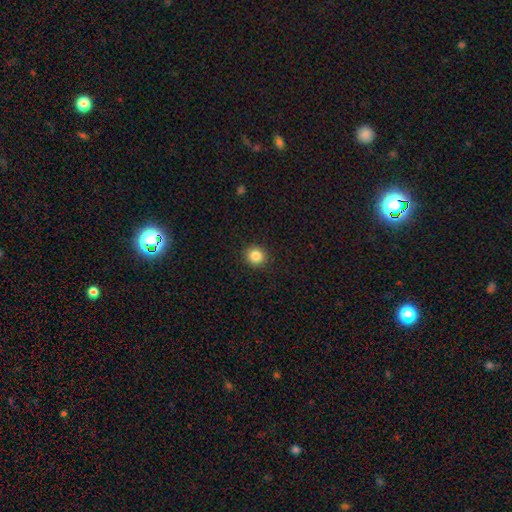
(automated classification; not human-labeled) smooth 85%, star or artifact 10%, featured or disk 4%. Down the decision tree: how rounded — round (86%); merging — none (91%).